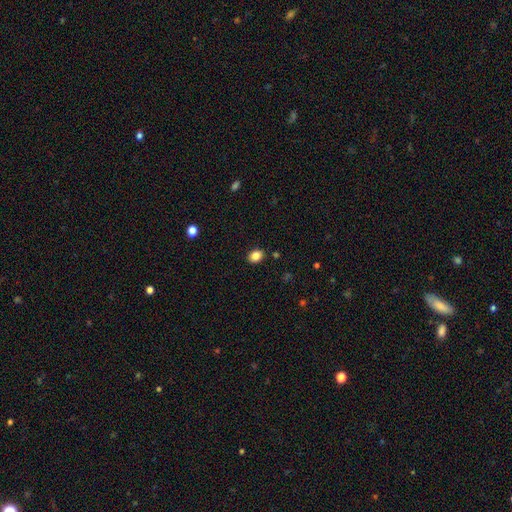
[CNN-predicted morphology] smooth-or-featured: smooth: 85% | star or artifact: 10% | featured or disk: 5%
  how-rounded: in between: 62% | round: 37% | cigar-shaped: 1%
  merging: none: 88% | minor disturbance: 8% | major disturbance: 2% | merger: 2%